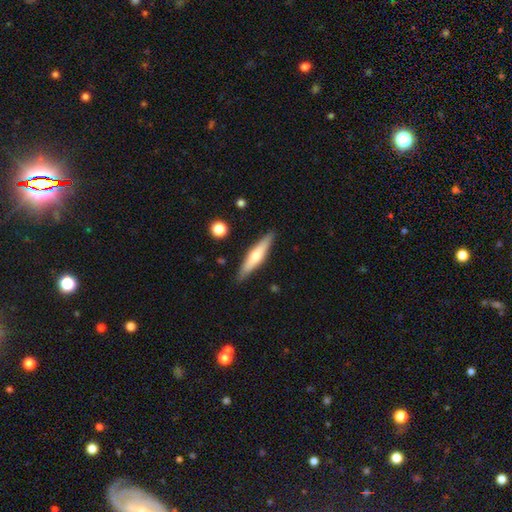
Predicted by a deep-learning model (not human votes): Smooth or featured?
  - featured or disk: 49% *
  - smooth: 46%
  - star or artifact: 6%
Merging?
  - none: 88% *
  - minor disturbance: 9%
  - major disturbance: 2%
  - merger: 1%